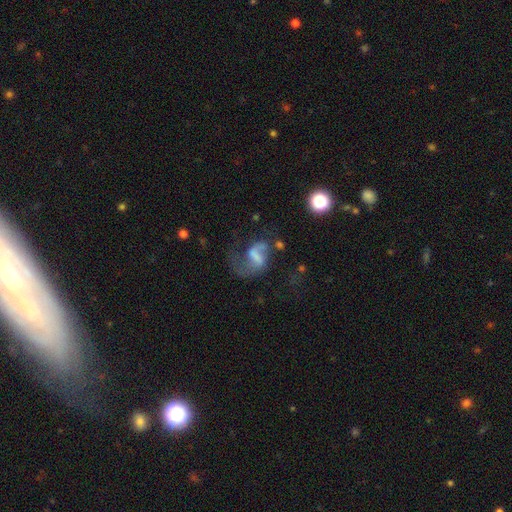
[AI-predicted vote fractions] smooth_or_featured: featured or disk (p=0.66) [alt: smooth p=0.22]
disk_edge_on: no (p=0.97) [alt: yes p=0.03]
bar: weak (p=0.43) [alt: strong p=0.34]
has_spiral_arms: yes (p=0.81) [alt: no p=0.19]
spiral_winding: loose (p=0.62) [alt: medium p=0.31]
spiral_arm_count: 2 (p=0.66) [alt: 1 p=0.25]
bulge_size: none (p=0.50) [alt: small p=0.20]
merging: major disturbance (p=0.40) [alt: none p=0.34]